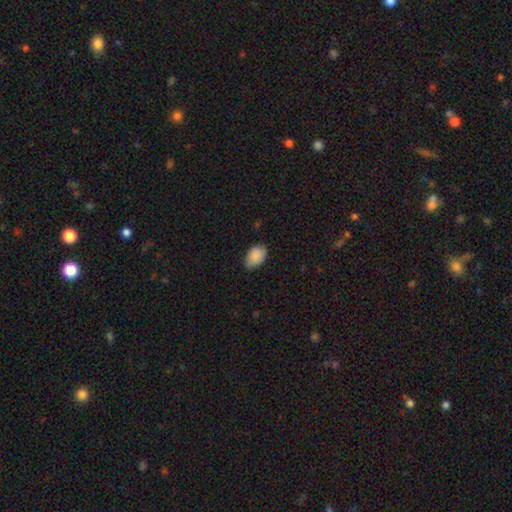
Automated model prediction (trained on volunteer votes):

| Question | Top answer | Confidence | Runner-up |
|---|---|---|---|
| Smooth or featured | smooth | 87% | star or artifact (7%) |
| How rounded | in between | 87% | round (11%) |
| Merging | none | 75% | minor disturbance (21%) |